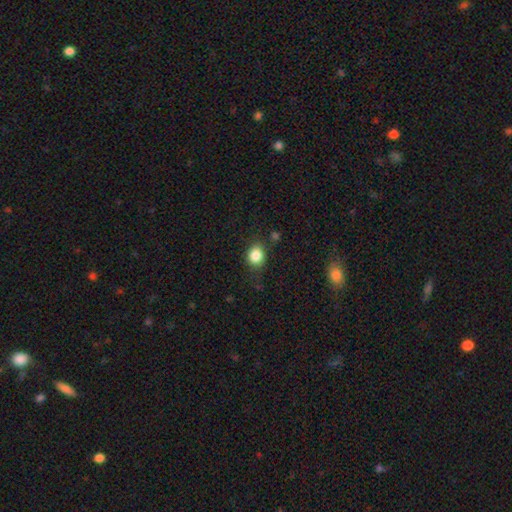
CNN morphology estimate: Smooth or featured? smooth (84%)
How rounded? round (65%)
Merging? none (75%)